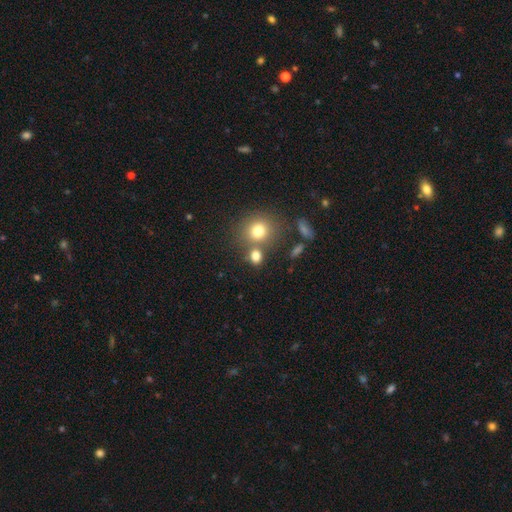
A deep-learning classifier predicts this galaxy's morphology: smooth_or_featured: smooth (p=0.77) [alt: star or artifact p=0.14]
how_rounded: round (p=0.67) [alt: in between p=0.32]
merging: none (p=0.60) [alt: merger p=0.25]